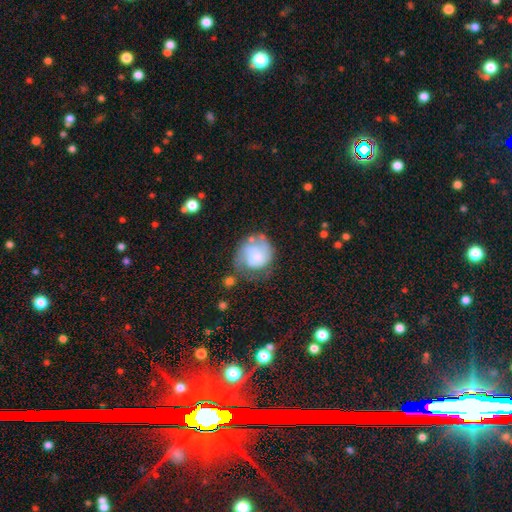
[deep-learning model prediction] smooth-or-featured: featured or disk: 51% | smooth: 41% | star or artifact: 8%
  disk-edge-on: no: 98% | yes: 2%
  merging: none: 40% | major disturbance: 27% | minor disturbance: 26% | merger: 7%